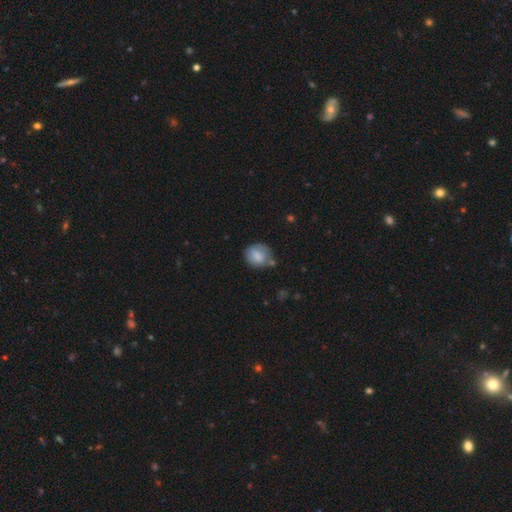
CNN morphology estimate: Smooth or featured?
  - smooth: 79% *
  - featured or disk: 13%
  - star or artifact: 8%
How rounded?
  - round: 62% *
  - in between: 37%
  - cigar-shaped: 1%
Merging?
  - none: 61% *
  - minor disturbance: 26%
  - merger: 7%
  - major disturbance: 6%